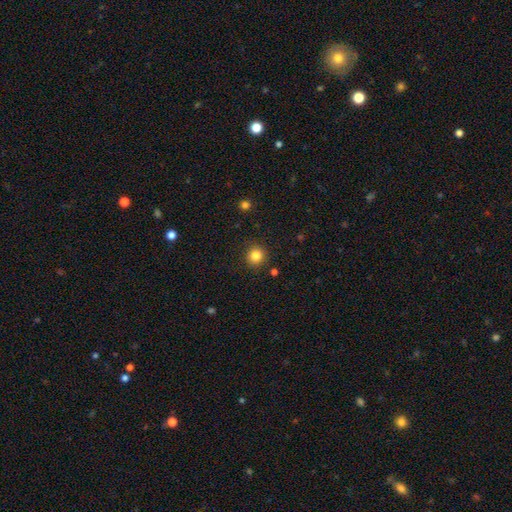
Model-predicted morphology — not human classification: Smooth or featured?
  - smooth: 84% *
  - star or artifact: 11%
  - featured or disk: 5%
How rounded?
  - round: 92% *
  - in between: 7%
  - cigar-shaped: 1%
Merging?
  - none: 90% *
  - minor disturbance: 6%
  - major disturbance: 2%
  - merger: 2%